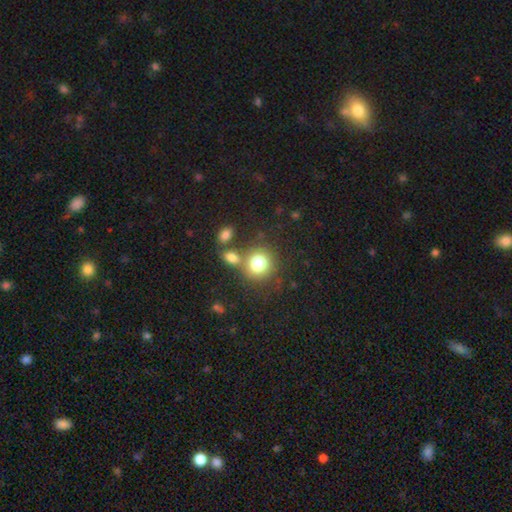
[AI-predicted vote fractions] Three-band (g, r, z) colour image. It shows a smooth galaxy with no disk features (76%) that is round (84%). Merging: none (66%).